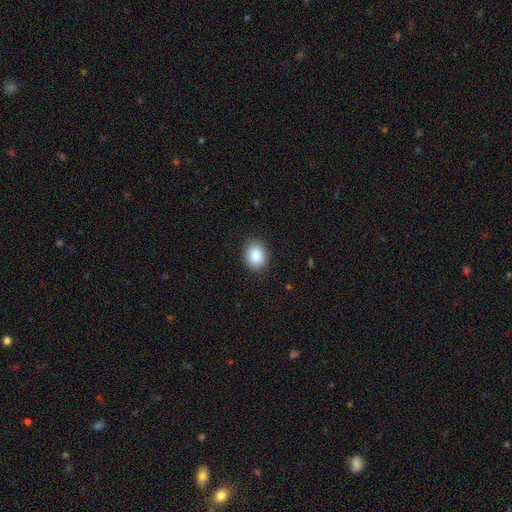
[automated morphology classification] Smooth or featured? smooth (87%)
How rounded? in between (57%)
Merging? none (88%)